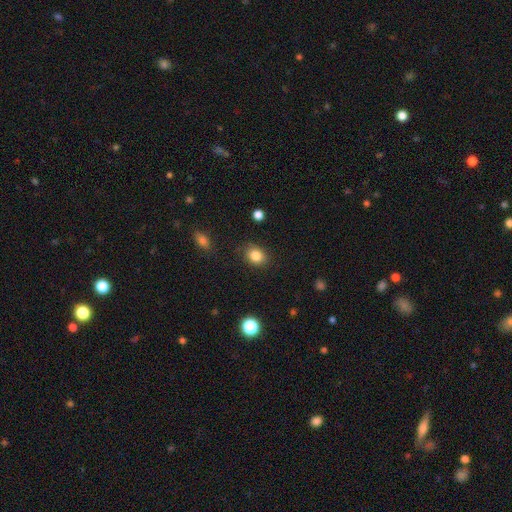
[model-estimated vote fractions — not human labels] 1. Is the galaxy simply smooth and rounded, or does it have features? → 84% smooth, 10% star or artifact, 5% featured or disk.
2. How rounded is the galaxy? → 51% round, 48% in between, 1% cigar-shaped.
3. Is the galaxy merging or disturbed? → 83% none, 13% minor disturbance, 3% major disturbance, 2% merger.